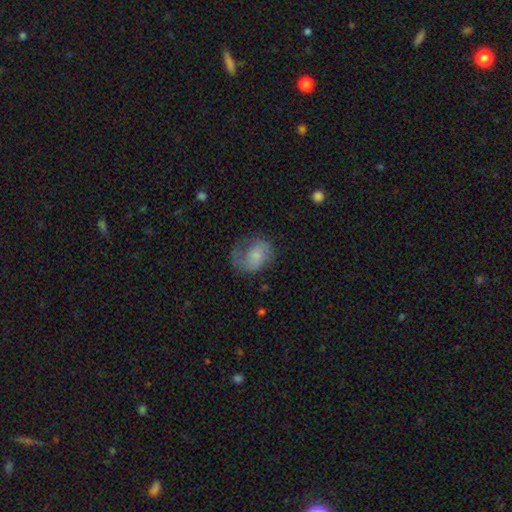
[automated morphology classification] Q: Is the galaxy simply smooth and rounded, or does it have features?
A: smooth — 50%.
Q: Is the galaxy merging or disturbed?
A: none — 41%.